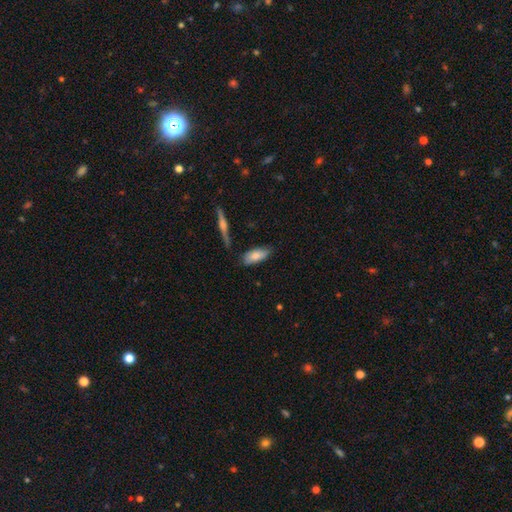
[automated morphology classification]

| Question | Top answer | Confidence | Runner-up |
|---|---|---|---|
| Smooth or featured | smooth | 76% | featured or disk (18%) |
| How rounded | in between | 77% | cigar-shaped (21%) |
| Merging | none | 73% | minor disturbance (20%) |